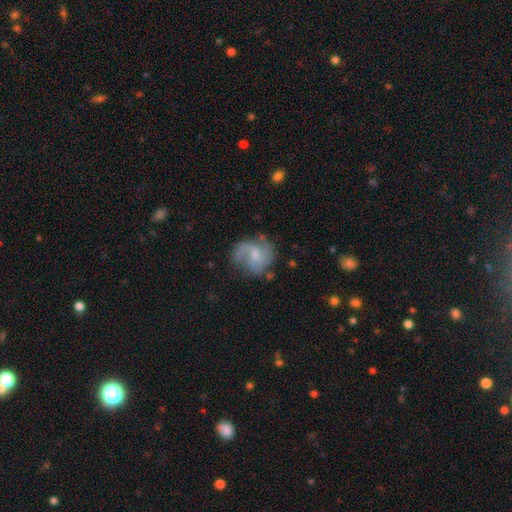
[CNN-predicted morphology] Smooth or featured: featured or disk — 75% (smooth — 18%)
Edge-on disk: no — 98% (yes — 2%)
Bar: no — 49% (weak — 44%)
Spiral arms: yes — 93% (no — 7%)
Spiral winding: medium — 48% (loose — 34%)
Spiral arm count: 2 — 37% (3 — 31%)
Bulge size: small — 54% (moderate — 31%)
Merging: none — 60% (minor disturbance — 22%)